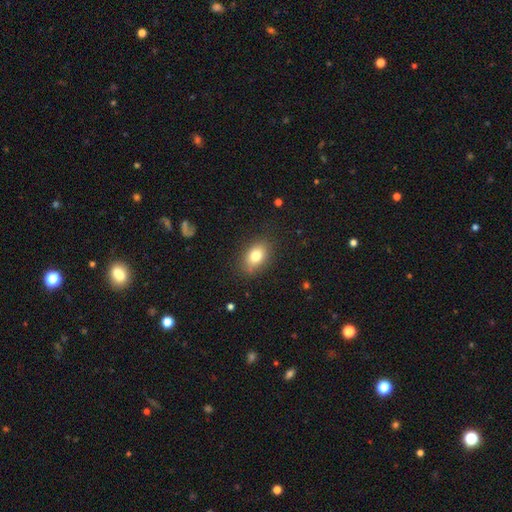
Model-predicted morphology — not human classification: smooth 79%, featured or disk 12%, star or artifact 9%. Down the decision tree: how rounded — in between (82%); merging — none (83%).